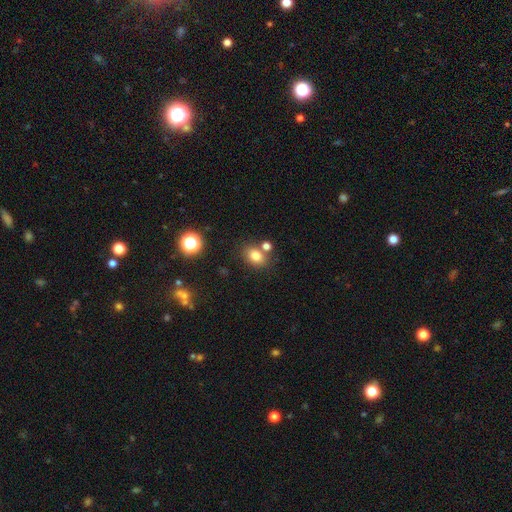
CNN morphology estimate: A smooth galaxy with no disk features (79%) that is in between round and cigar-shaped (56%).

Vote fractions:
- Smooth or featured? smooth: 79% / star or artifact: 13% / featured or disk: 8%
- How rounded? in between: 56% / round: 42% / cigar-shaped: 1%
- Merging? none: 68% / merger: 17% / minor disturbance: 12% / major disturbance: 4%